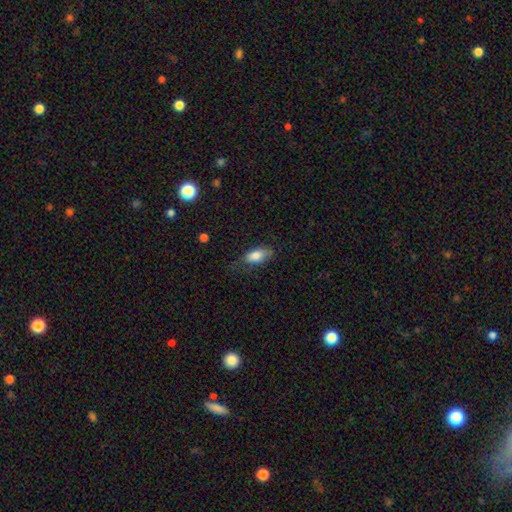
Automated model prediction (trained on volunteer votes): Morphology: type=smooth (80%); roundness=in between (89%); merging=none (55%).